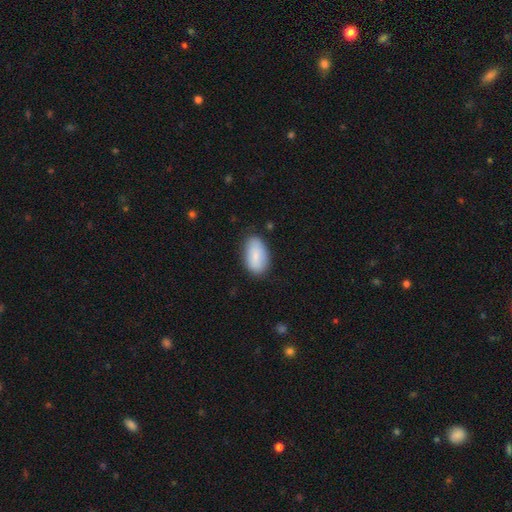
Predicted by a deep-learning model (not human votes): Smooth or featured? smooth (82%)
How rounded? in between (93%)
Merging? none (79%)